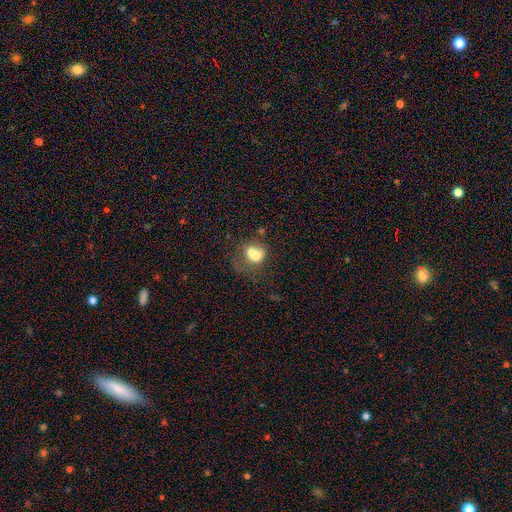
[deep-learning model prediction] This appears to be a smooth galaxy with no disk features (64%) that is round (56%). Merging: merger (53%).